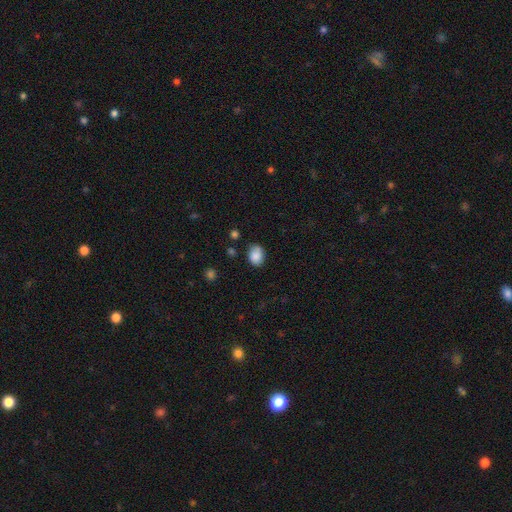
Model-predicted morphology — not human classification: The model was most divided on "how rounded": in between: 66%, round: 33%, cigar-shaped: 1%. More confident: smooth or featured — smooth (86%); merging — none (71%).